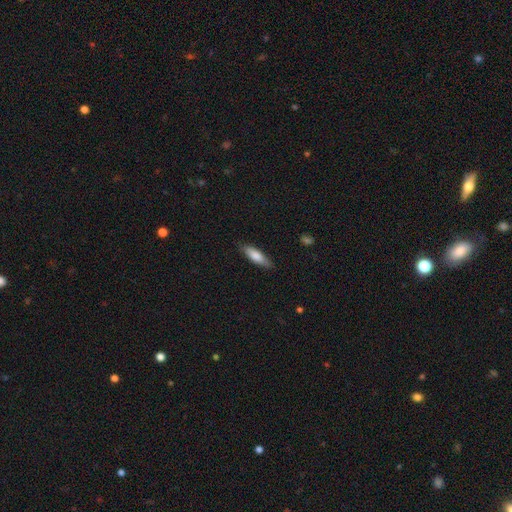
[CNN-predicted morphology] smooth 76%, featured or disk 19%, star or artifact 6%. Down the decision tree: how rounded — cigar-shaped (59%); merging — none (83%).